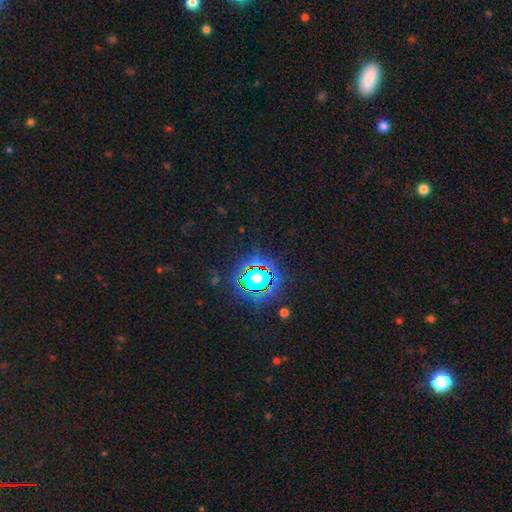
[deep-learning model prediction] The model was most divided on "smooth or featured": star or artifact: 80%, smooth: 13%, featured or disk: 7%.